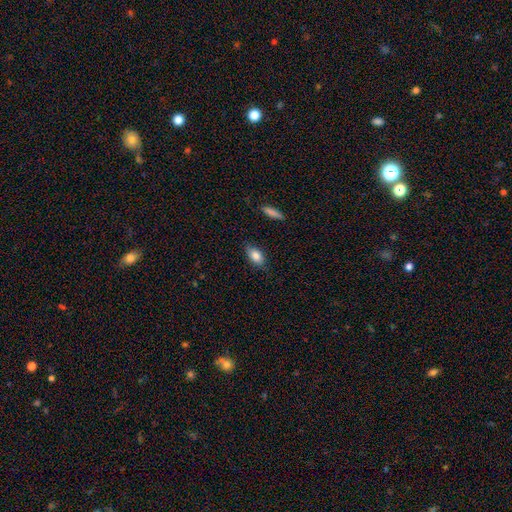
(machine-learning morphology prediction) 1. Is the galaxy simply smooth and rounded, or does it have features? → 83% smooth, 10% featured or disk, 8% star or artifact.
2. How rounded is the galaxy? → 88% in between, 7% round, 5% cigar-shaped.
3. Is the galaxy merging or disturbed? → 78% none, 18% minor disturbance, 3% major disturbance, 2% merger.